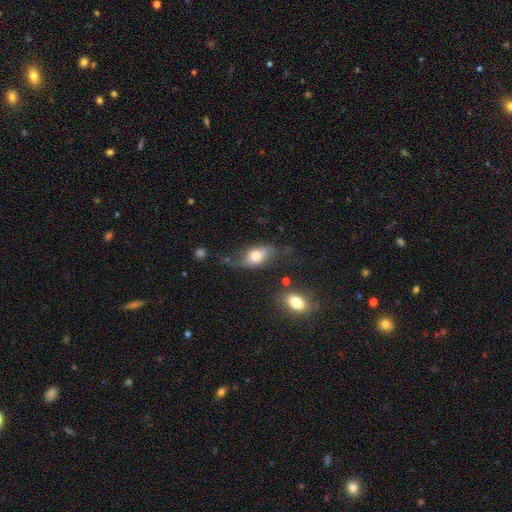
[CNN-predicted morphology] smooth-or-featured: smooth: 60% | featured or disk: 31% | star or artifact: 9%
  how-rounded: in between: 85% | round: 9% | cigar-shaped: 6%
  merging: none: 47% | minor disturbance: 28% | major disturbance: 19% | merger: 6%